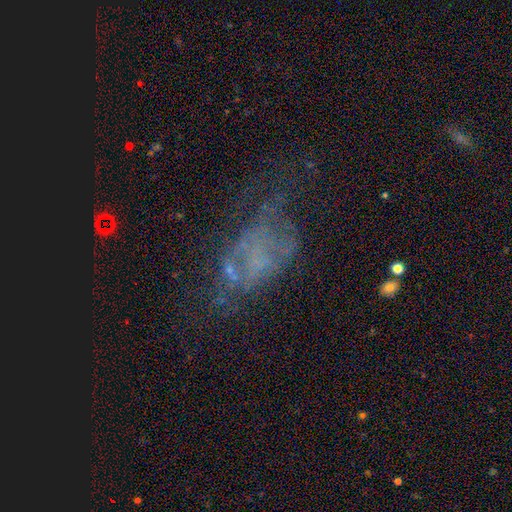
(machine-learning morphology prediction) Smooth or featured?
  - featured or disk: 49% *
  - star or artifact: 26%
  - smooth: 25%
Merging?
  - major disturbance: 39% *
  - none: 35%
  - minor disturbance: 20%
  - merger: 6%